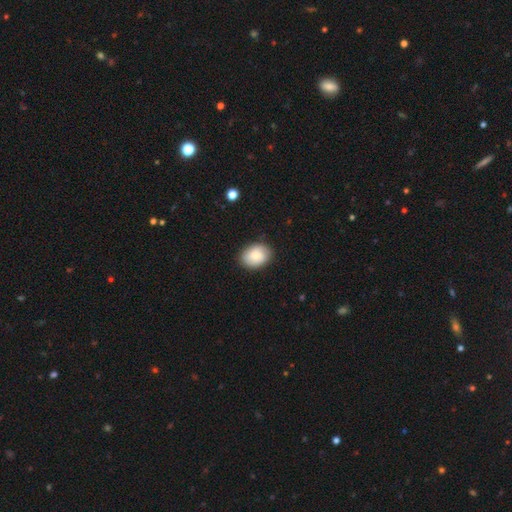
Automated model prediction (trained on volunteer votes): Smooth or featured? Predicted: smooth (p=0.73). How rounded? Predicted: in between (p=0.67). Merging? Predicted: none (p=0.83).